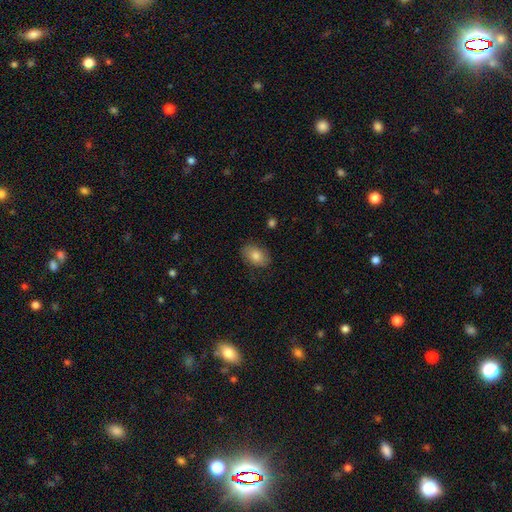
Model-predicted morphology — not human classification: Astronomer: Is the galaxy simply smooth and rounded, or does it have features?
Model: smooth — 79%.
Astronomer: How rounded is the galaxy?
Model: in between — 86%.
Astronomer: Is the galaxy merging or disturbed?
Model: none — 83%.